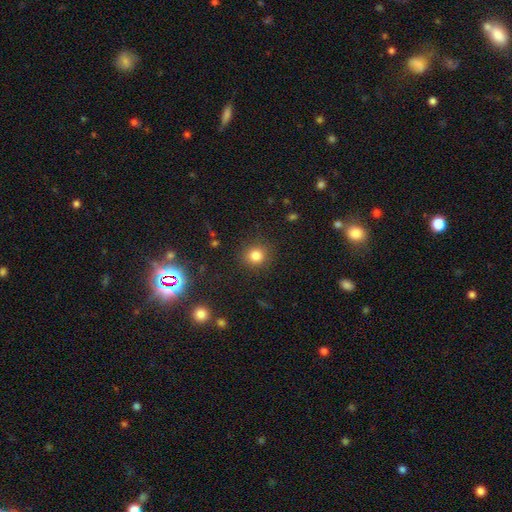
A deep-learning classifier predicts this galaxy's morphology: A smooth galaxy with no disk features (81%) that is round (89%). Merging: none (88%).